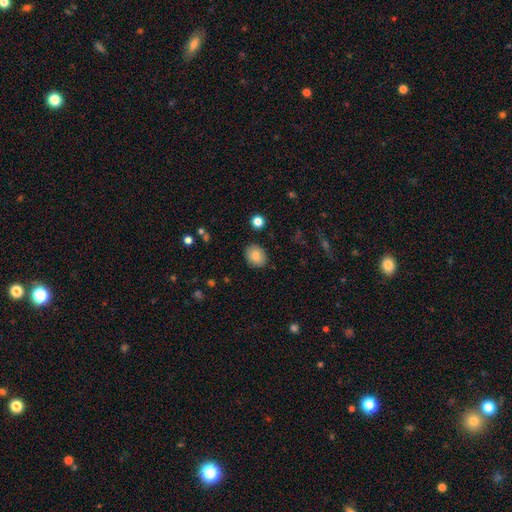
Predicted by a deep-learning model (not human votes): smooth-or-featured: smooth: 83% | featured or disk: 9% | star or artifact: 8%
  how-rounded: round: 58% | in between: 41% | cigar-shaped: 1%
  merging: none: 88% | minor disturbance: 8% | major disturbance: 2% | merger: 1%